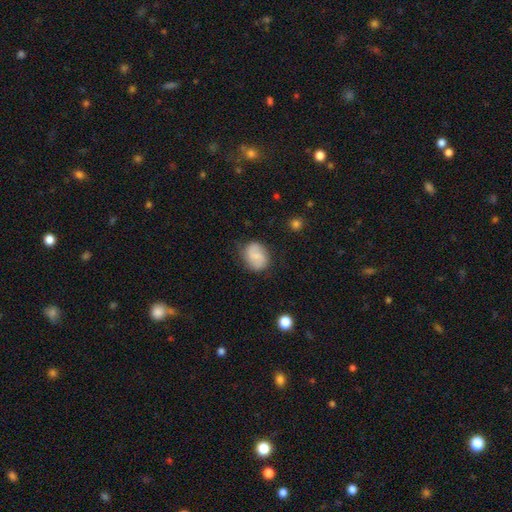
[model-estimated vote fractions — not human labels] smooth 52%, featured or disk 39%, star or artifact 8%. Down the decision tree: how rounded — round (51%); merging — none (74%).